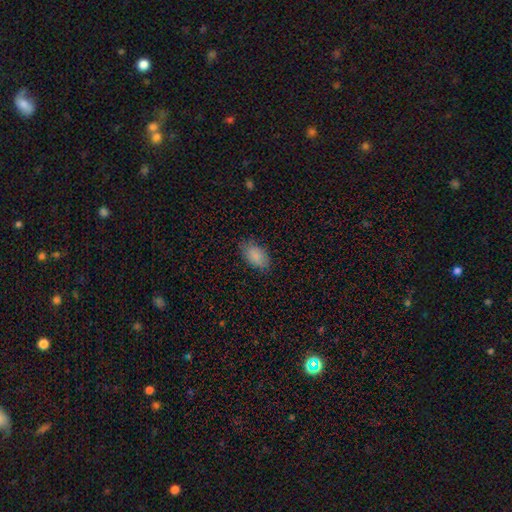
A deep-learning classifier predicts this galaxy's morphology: Smooth or featured? Predicted: smooth (p=0.86). How rounded? Predicted: in between (p=0.93). Merging? Predicted: none (p=0.81).